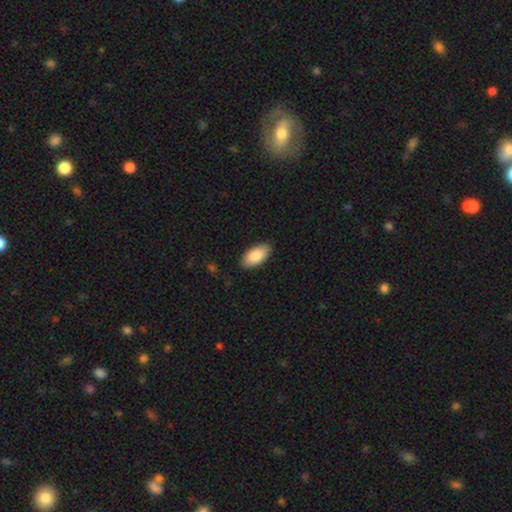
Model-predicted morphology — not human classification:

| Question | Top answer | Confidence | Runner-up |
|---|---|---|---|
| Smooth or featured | smooth | 87% | featured or disk (7%) |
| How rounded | in between | 94% | cigar-shaped (4%) |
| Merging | none | 86% | minor disturbance (11%) |